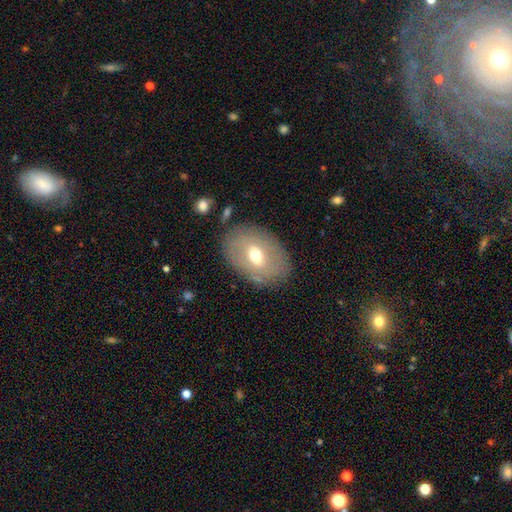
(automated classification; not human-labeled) smooth_or_featured: smooth (p=0.53) [alt: featured or disk p=0.39]
how_rounded: in between (p=0.81) [alt: round p=0.18]
merging: none (p=0.80) [alt: minor disturbance p=0.13]